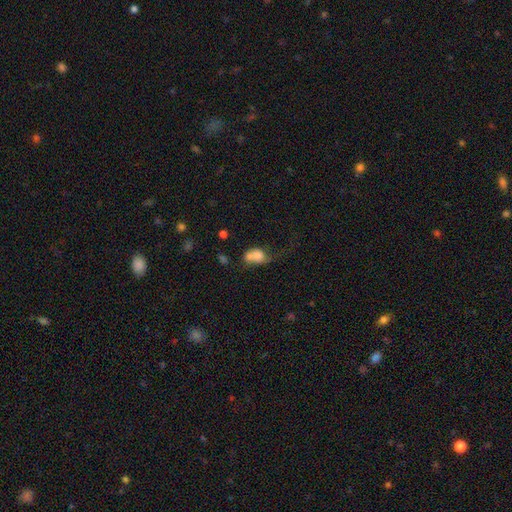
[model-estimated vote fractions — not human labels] This appears to be a smooth galaxy with no disk features (70%) that is in between round and cigar-shaped (62%). Merging: merger (51%).